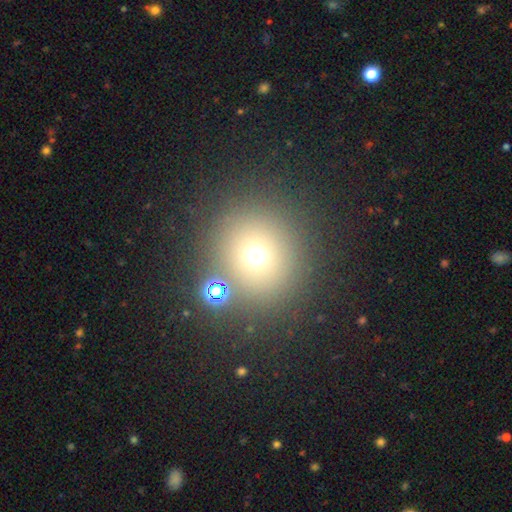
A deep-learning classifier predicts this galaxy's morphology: Smooth or featured? smooth (66%)
How rounded? round (90%)
Merging? none (78%)